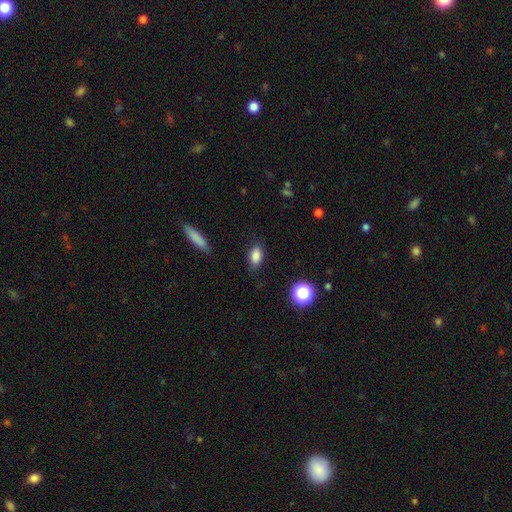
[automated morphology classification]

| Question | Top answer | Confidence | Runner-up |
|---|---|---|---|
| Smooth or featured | smooth | 85% | star or artifact (10%) |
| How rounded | in between | 86% | round (10%) |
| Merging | none | 83% | minor disturbance (13%) |